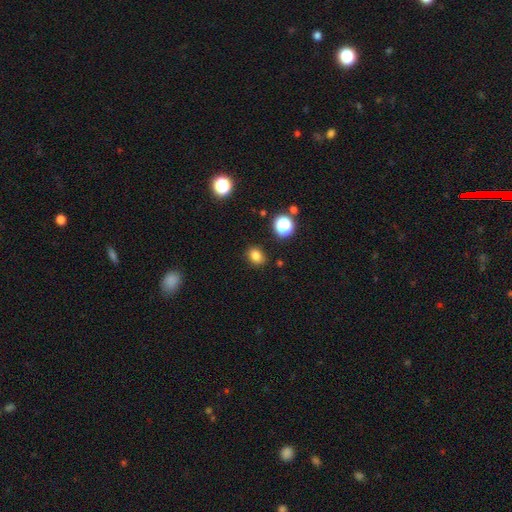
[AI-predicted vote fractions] Smooth or featured? smooth (80%)
How rounded? round (51%)
Merging? none (86%)